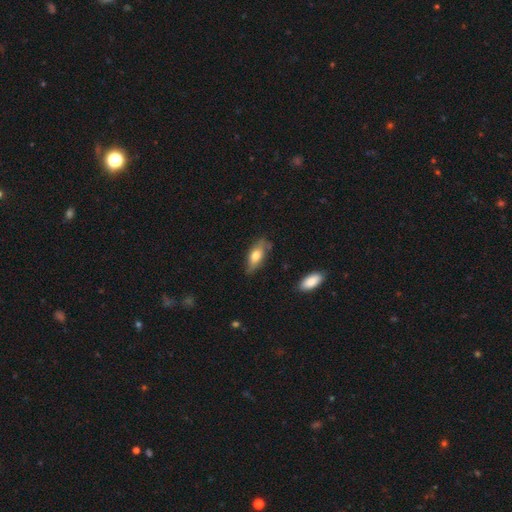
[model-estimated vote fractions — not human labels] Q: Smooth or featured?
A: smooth (64%); runner-up: featured or disk (30%)
Q: How rounded?
A: in between (71%); runner-up: cigar-shaped (25%)
Q: Merging?
A: none (70%); runner-up: minor disturbance (22%)